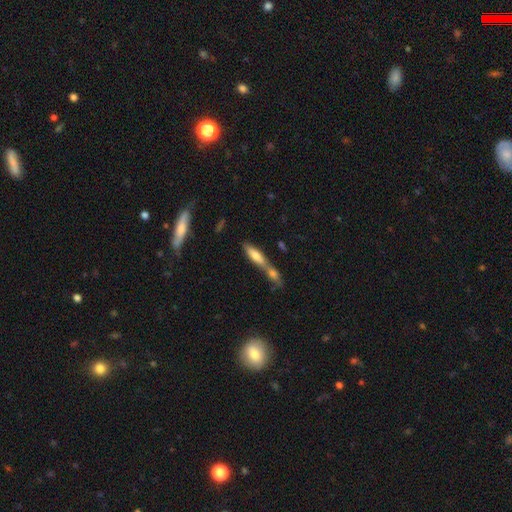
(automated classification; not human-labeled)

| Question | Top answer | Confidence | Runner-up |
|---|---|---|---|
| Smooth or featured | smooth | 68% | featured or disk (25%) |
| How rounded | cigar-shaped | 60% | in between (38%) |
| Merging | merger | 64% | none (24%) |